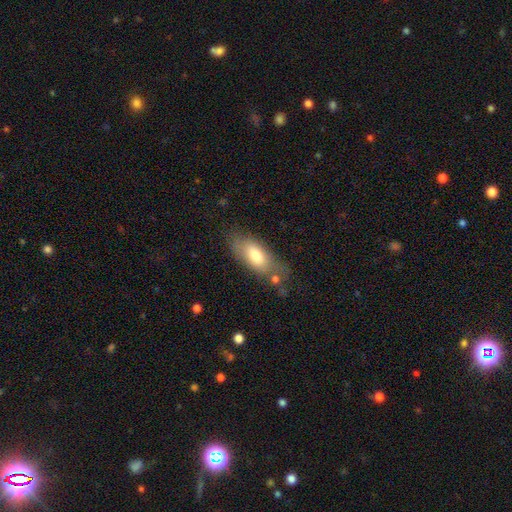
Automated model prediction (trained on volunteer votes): A smooth galaxy with no disk features (73%) that is in between round and cigar-shaped (83%).

Vote fractions:
- Smooth or featured? smooth: 73% / featured or disk: 20% / star or artifact: 7%
- How rounded? in between: 83% / cigar-shaped: 14% / round: 3%
- Merging? none: 62% / minor disturbance: 22% / major disturbance: 9% / merger: 7%